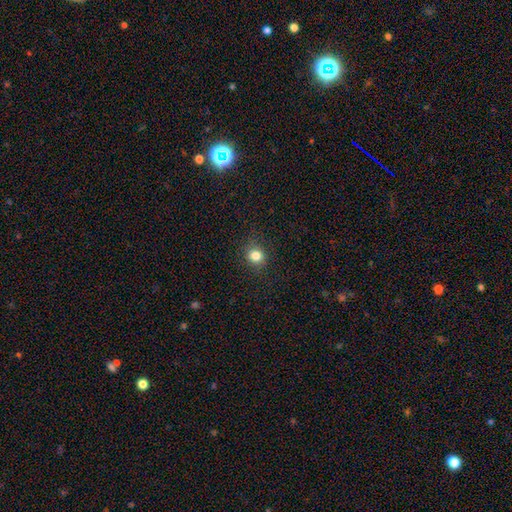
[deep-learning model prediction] Morphology: type=smooth (83%); roundness=round (84%); merging=none (88%).